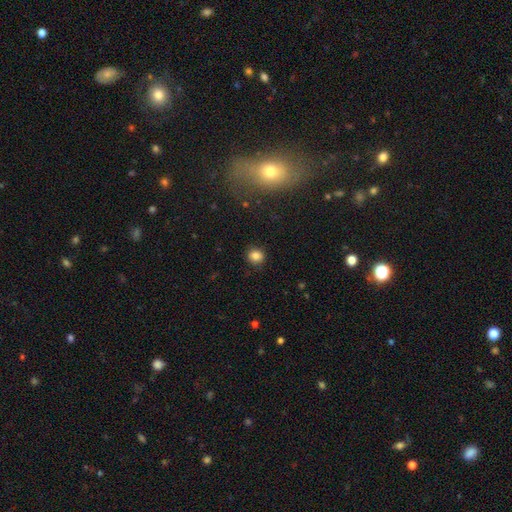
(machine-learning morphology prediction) Smooth or featured? smooth (82%)
How rounded? round (89%)
Merging? none (90%)